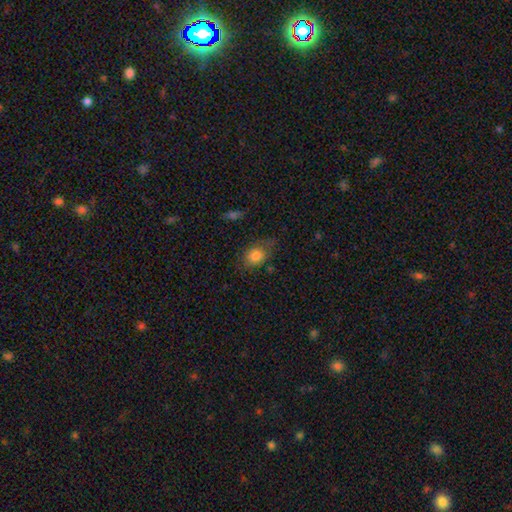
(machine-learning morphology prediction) A smooth galaxy with no disk features (80%) that is in between round and cigar-shaped (64%). Merging: none (60%).